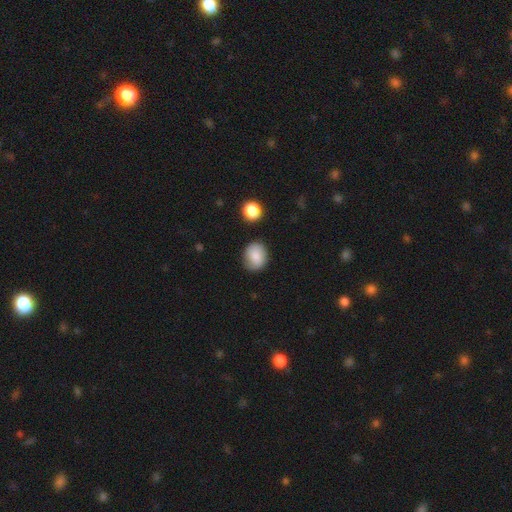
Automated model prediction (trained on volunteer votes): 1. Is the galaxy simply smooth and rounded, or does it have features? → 81% smooth, 10% featured or disk, 8% star or artifact.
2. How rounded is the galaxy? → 62% round, 37% in between, 1% cigar-shaped.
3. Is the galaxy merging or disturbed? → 77% none, 17% minor disturbance, 4% major disturbance, 3% merger.